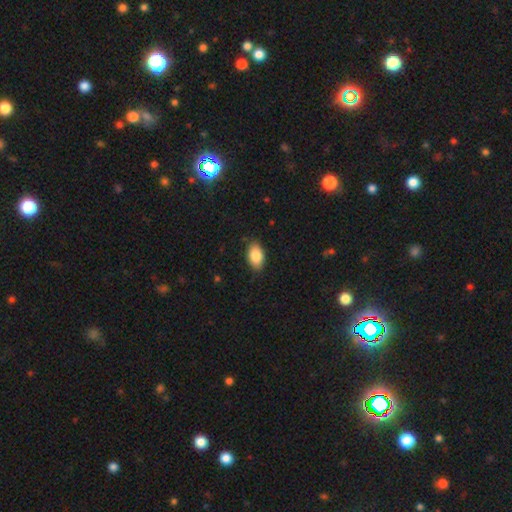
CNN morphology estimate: A smooth galaxy with no disk features (85%) that is in between round and cigar-shaped (92%).

Vote fractions:
- Smooth or featured? smooth: 85% / featured or disk: 8% / star or artifact: 7%
- How rounded? in between: 92% / round: 6% / cigar-shaped: 2%
- Merging? none: 85% / minor disturbance: 12% / major disturbance: 2% / merger: 1%